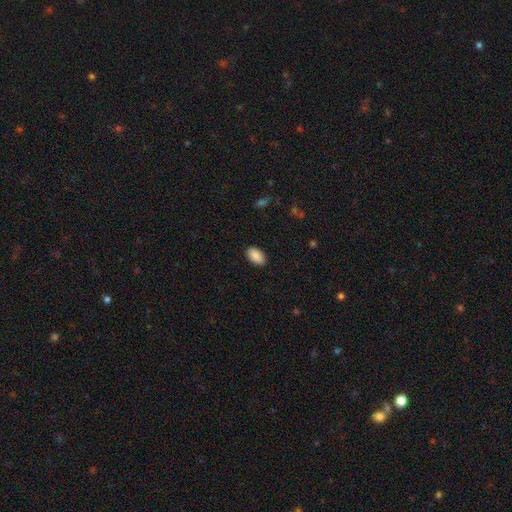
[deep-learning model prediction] Smooth or featured? Predicted: smooth (p=0.90). How rounded? Predicted: in between (p=0.94). Merging? Predicted: none (p=0.88).